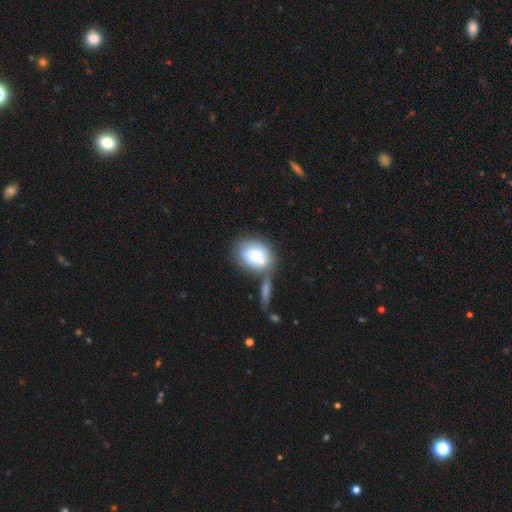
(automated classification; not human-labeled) Overall: smooth (73%). How rounded: in between (57%; round 42%). Merging: none (39%; merger 37%).